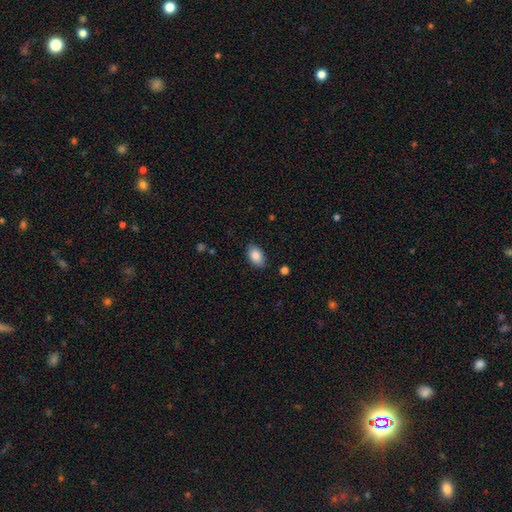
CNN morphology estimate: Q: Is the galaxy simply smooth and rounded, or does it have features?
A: smooth — 87%.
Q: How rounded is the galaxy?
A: in between — 90%.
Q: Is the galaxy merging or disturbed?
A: none — 85%.